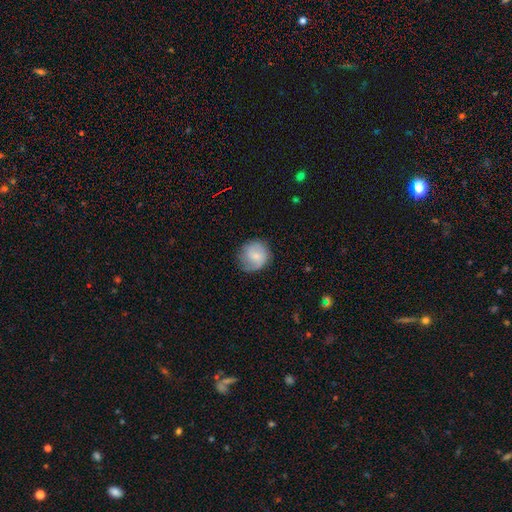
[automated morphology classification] Smooth or featured? Predicted: smooth (p=0.63). How rounded? Predicted: round (p=0.89). Merging? Predicted: none (p=0.71).